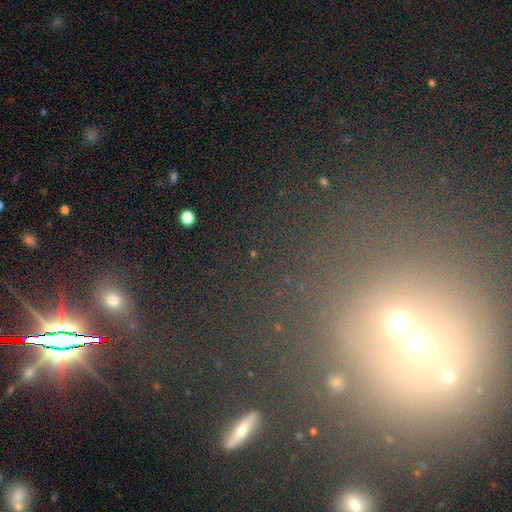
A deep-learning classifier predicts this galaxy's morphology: smooth-or-featured: star or artifact: 52% | smooth: 33% | featured or disk: 15%